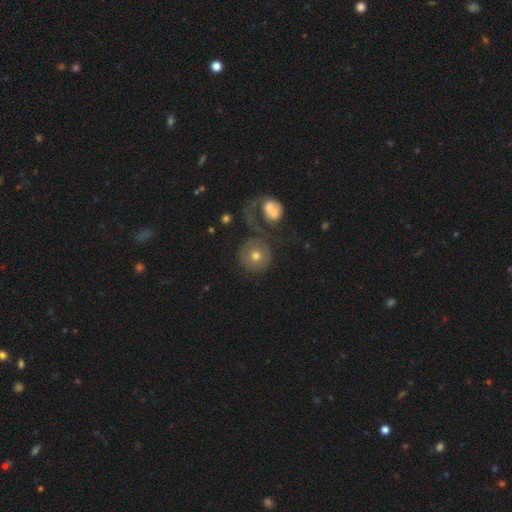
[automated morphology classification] Smooth or featured? smooth (58%)
How rounded? round (92%)
Merging? none (58%)